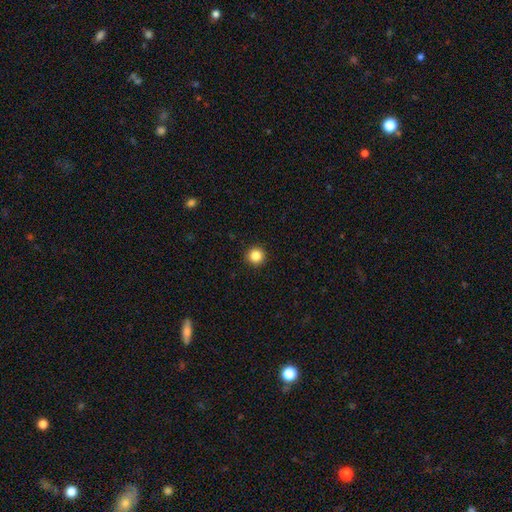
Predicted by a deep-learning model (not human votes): Overall: smooth (85%). How rounded: round (96%). Merging: none (93%).